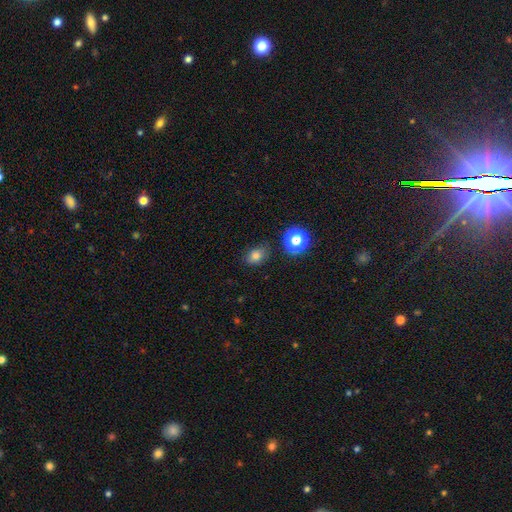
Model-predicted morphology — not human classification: Smooth or featured?
  - smooth: 77% *
  - star or artifact: 16%
  - featured or disk: 7%
How rounded?
  - in between: 62% *
  - round: 37%
  - cigar-shaped: 1%
Merging?
  - none: 79% *
  - minor disturbance: 15%
  - major disturbance: 4%
  - merger: 3%